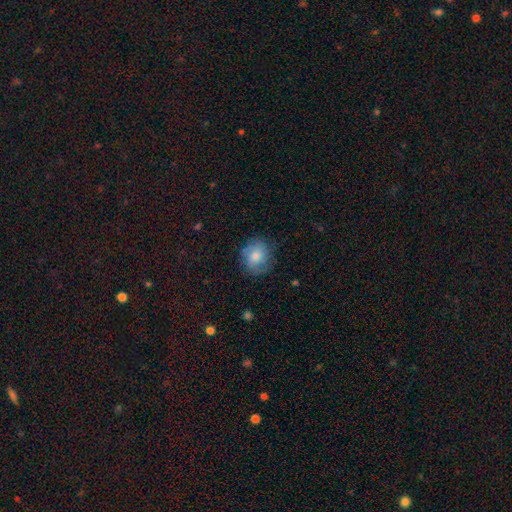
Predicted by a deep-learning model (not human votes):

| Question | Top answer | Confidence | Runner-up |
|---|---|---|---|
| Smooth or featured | smooth | 76% | featured or disk (17%) |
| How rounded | round | 73% | in between (26%) |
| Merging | none | 72% | minor disturbance (20%) |